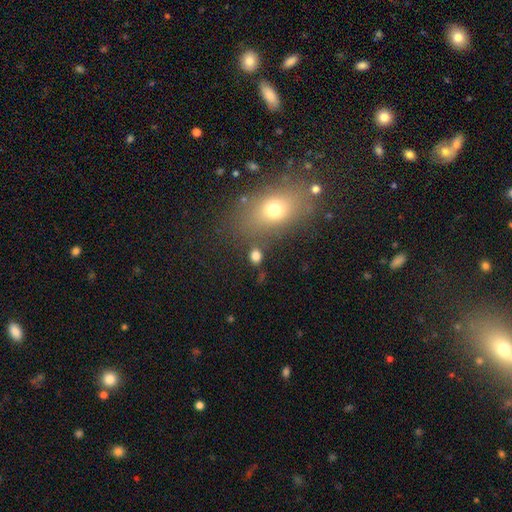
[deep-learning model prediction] This is likely a smooth galaxy (77%). How rounded: possibly in between (53%). Merging: likely none (75%).